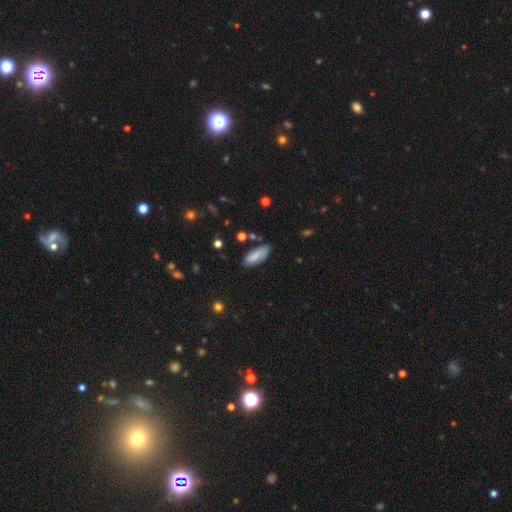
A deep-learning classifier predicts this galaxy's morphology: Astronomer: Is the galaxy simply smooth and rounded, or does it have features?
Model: smooth — 78%.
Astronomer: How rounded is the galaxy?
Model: in between — 75%.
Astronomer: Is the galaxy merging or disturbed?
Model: none — 73%.